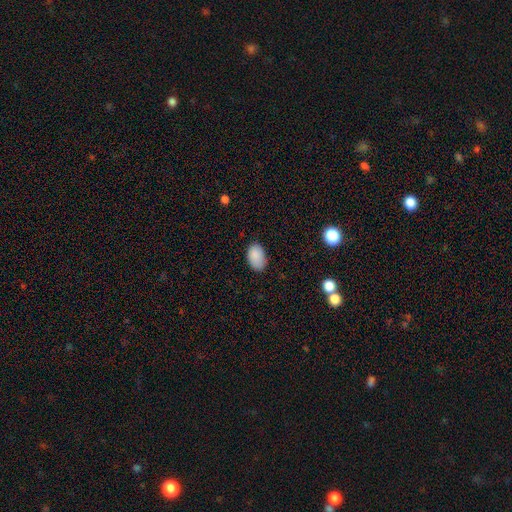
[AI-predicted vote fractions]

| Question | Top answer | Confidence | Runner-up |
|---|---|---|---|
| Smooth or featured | smooth | 88% | star or artifact (7%) |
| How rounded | in between | 91% | round (8%) |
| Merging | none | 79% | minor disturbance (16%) |